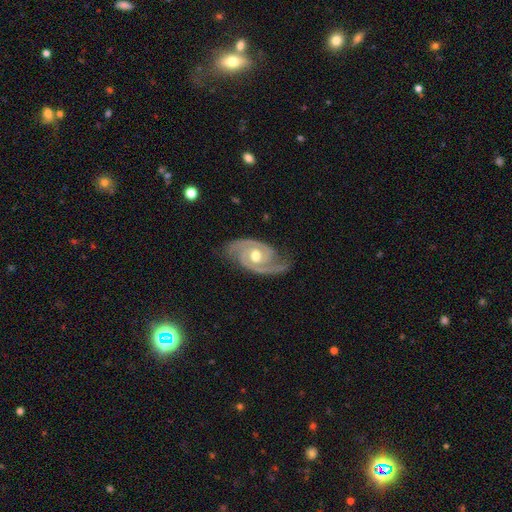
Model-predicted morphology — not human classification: Overall: featured or disk (93%). Edge-on disk: no (97%). Bar: no (65%; weak 27%). Spiral arms: yes (98%). Spiral arm count: 2 (89%). Spiral winding: tight (52%; medium 41%). Bulge size: moderate (79%). Merging: none (78%).